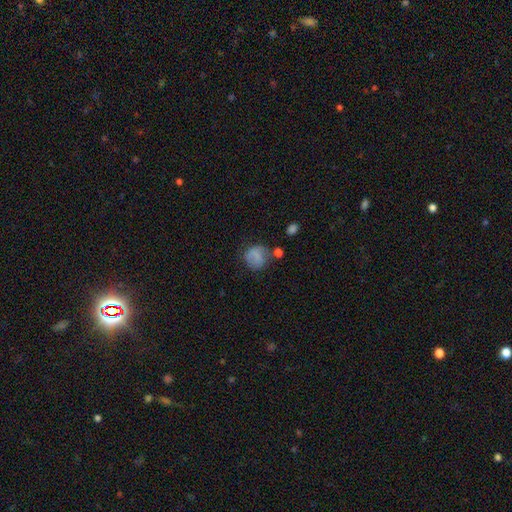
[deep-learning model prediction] Smooth or featured? smooth (74%)
How rounded? round (77%)
Merging? none (55%)